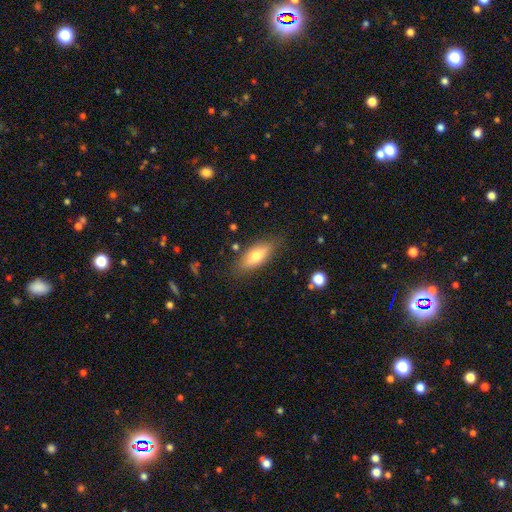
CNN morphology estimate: Smooth or featured?
  - smooth: 68% *
  - featured or disk: 25%
  - star or artifact: 7%
How rounded?
  - in between: 73% *
  - cigar-shaped: 24%
  - round: 3%
Merging?
  - none: 80% *
  - minor disturbance: 14%
  - major disturbance: 4%
  - merger: 2%